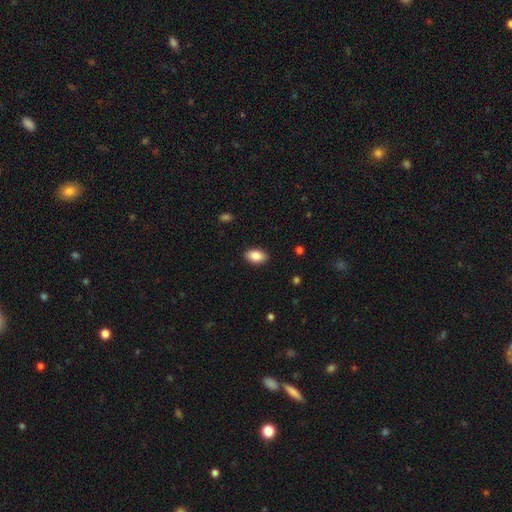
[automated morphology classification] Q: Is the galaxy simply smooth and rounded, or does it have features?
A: smooth — 86%.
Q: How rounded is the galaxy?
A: in between — 91%.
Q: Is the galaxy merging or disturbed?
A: none — 88%.